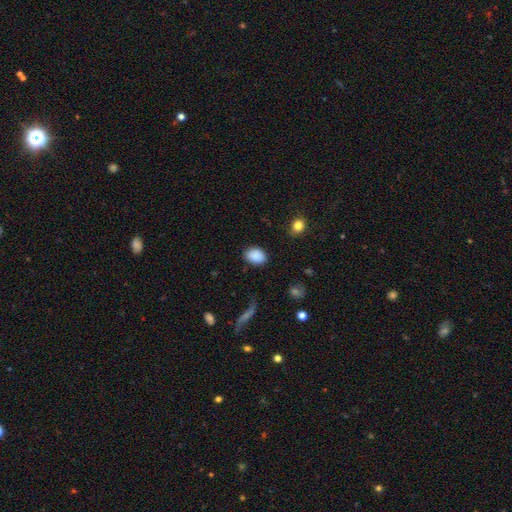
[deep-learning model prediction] smooth 88%, star or artifact 8%, featured or disk 4%. Down the decision tree: how rounded — in between (76%); merging — none (83%).